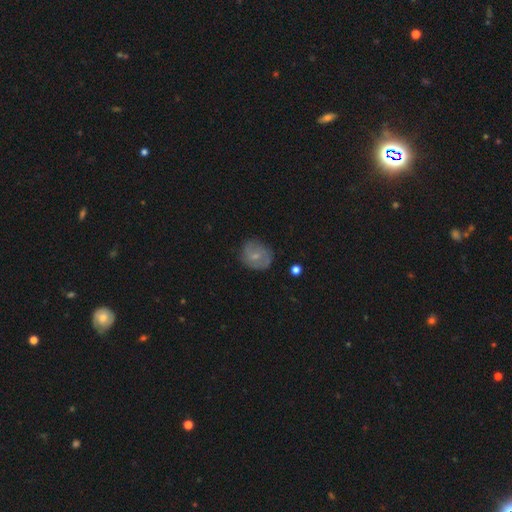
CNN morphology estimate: Smooth or featured? smooth (50%)
Merging? none (75%)